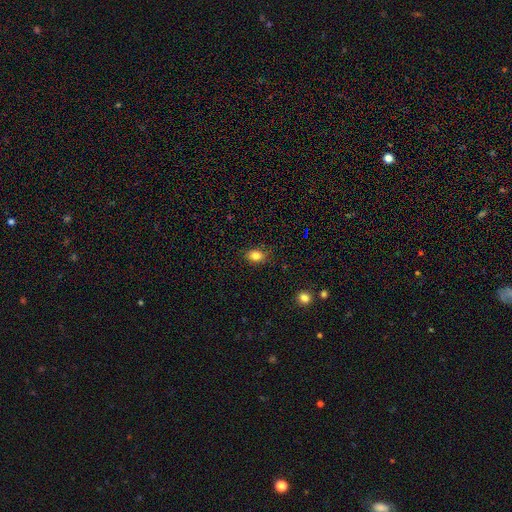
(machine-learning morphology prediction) Smooth or featured?
  - smooth: 84% *
  - star or artifact: 11%
  - featured or disk: 6%
How rounded?
  - in between: 70% *
  - round: 28%
  - cigar-shaped: 1%
Merging?
  - none: 82% *
  - minor disturbance: 14%
  - major disturbance: 3%
  - merger: 1%